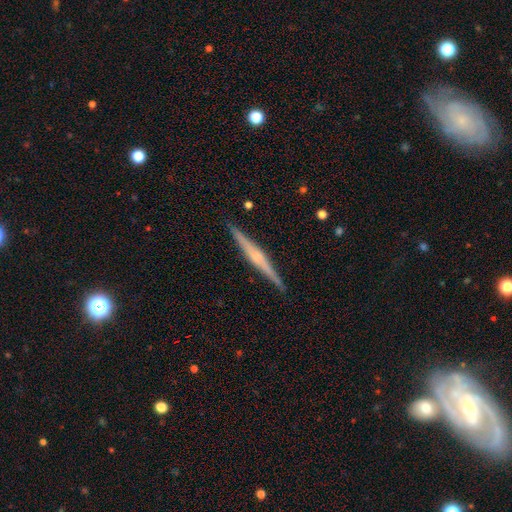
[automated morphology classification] A featured or disk galaxy (76%) viewed edge-on (98%) with a rounded central bulge (58%).

Vote fractions:
- Smooth or featured? featured or disk: 76% / smooth: 18% / star or artifact: 6%
- Edge-on disk? yes: 98% / no: 2%
- Edge-on bulge? rounded: 58% / boxy: 24% / none: 18%
- Merging? none: 92% / minor disturbance: 6% / major disturbance: 1% / merger: 1%